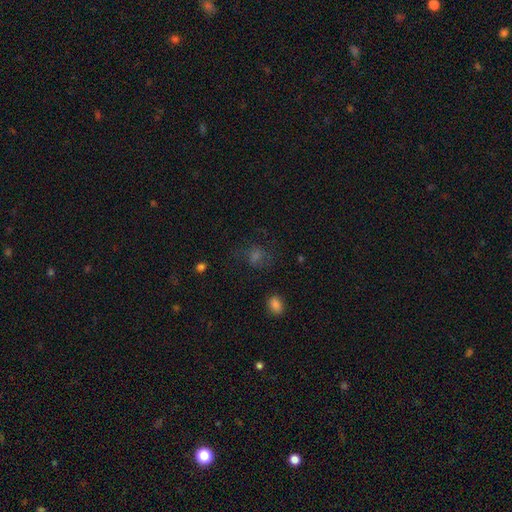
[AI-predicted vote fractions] The model was most divided on "smooth or featured": smooth: 42%, star or artifact: 36%, featured or disk: 22%. More confident: merging — none (67%).